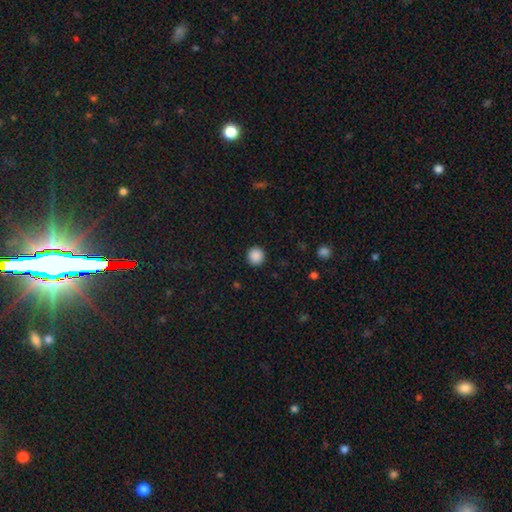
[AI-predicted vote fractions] Smooth or featured? Predicted: smooth (p=0.88). How rounded? Predicted: round (p=0.95). Merging? Predicted: none (p=0.92).